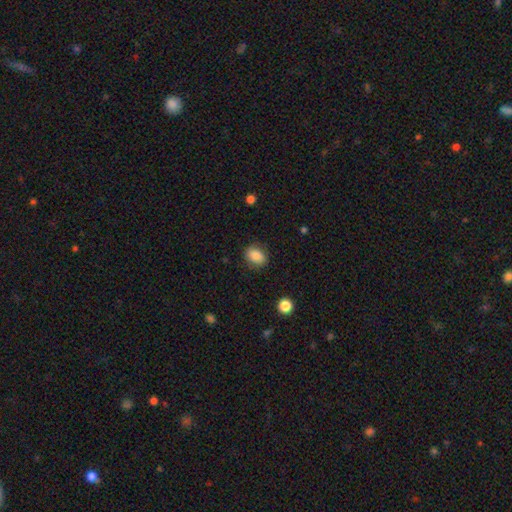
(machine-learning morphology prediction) Smooth or featured? smooth (84%)
How rounded? in between (61%)
Merging? none (85%)